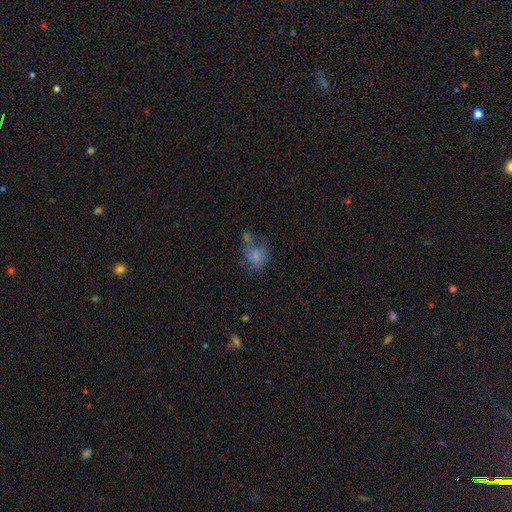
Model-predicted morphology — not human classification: type=smooth (56%); roundness=in between (65%); merging=major disturbance (30%).